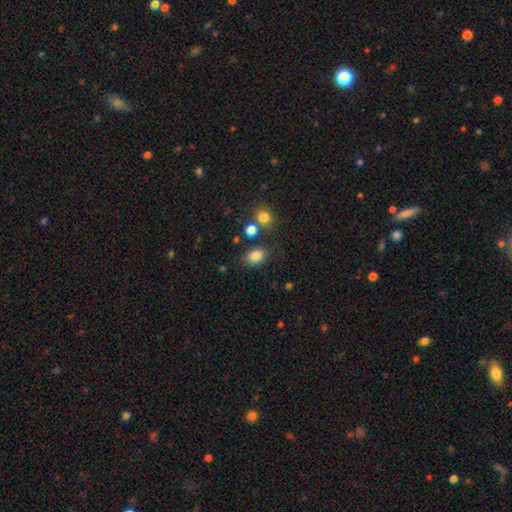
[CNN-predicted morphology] A smooth galaxy with no disk features (84%) that is in between round and cigar-shaped (65%). Merging: none (76%).